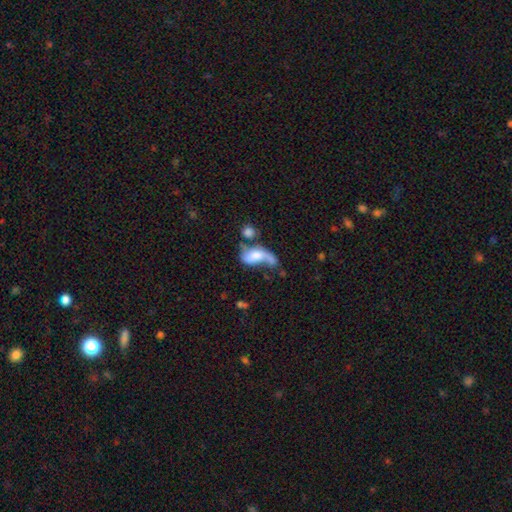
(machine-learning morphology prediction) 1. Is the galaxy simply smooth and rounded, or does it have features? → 50% smooth, 40% featured or disk, 10% star or artifact.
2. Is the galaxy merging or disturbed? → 38% merger, 28% major disturbance, 19% none, 16% minor disturbance.